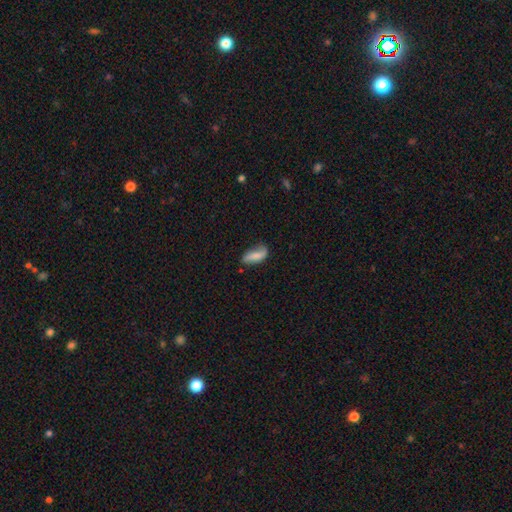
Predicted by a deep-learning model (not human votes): Smooth or featured? Predicted: smooth (p=0.64). How rounded? Predicted: in between (p=0.77). Merging? Predicted: none (p=0.57).